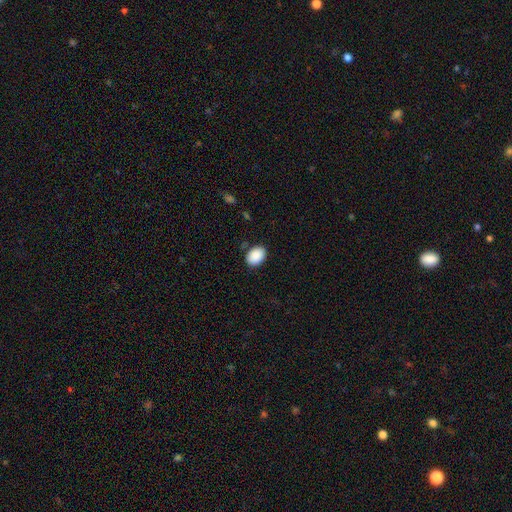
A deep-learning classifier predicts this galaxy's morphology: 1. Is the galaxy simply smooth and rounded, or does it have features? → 90% smooth, 7% star or artifact, 3% featured or disk.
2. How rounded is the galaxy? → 78% in between, 21% round, 1% cigar-shaped.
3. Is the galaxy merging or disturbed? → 86% none, 10% minor disturbance, 3% major disturbance, 2% merger.